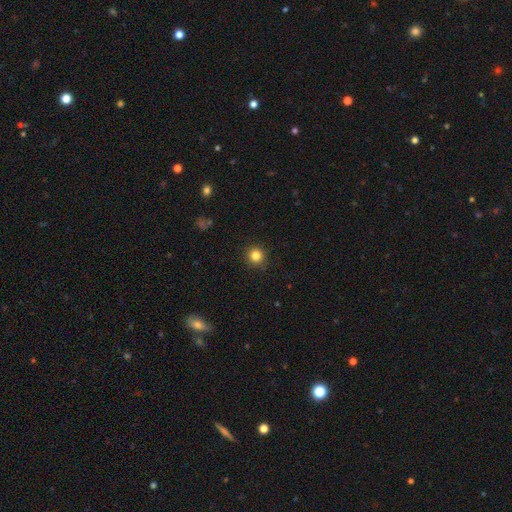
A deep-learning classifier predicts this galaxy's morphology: Smooth or featured: smooth — 83% (star or artifact — 12%)
How rounded: round — 94% (in between — 6%)
Merging: none — 91% (minor disturbance — 6%)